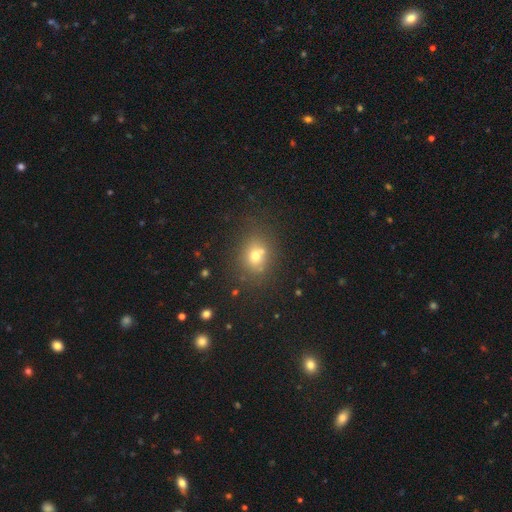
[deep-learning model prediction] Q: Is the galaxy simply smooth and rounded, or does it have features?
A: smooth — 65%.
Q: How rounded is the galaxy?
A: round — 61%.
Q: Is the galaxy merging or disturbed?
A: none — 62%.